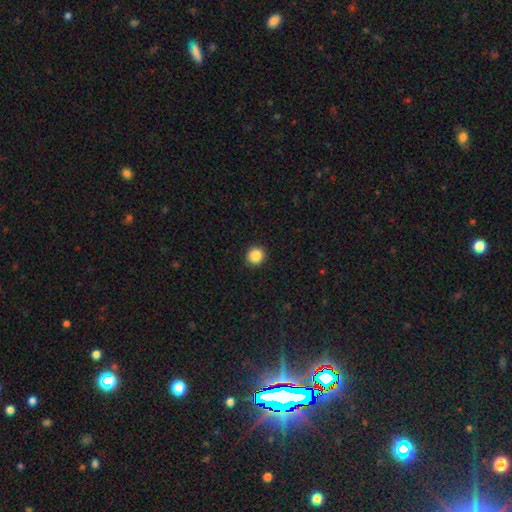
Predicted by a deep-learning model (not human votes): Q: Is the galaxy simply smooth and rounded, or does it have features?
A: smooth — 87%.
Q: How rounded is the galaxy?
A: round — 94%.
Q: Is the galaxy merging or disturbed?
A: none — 92%.